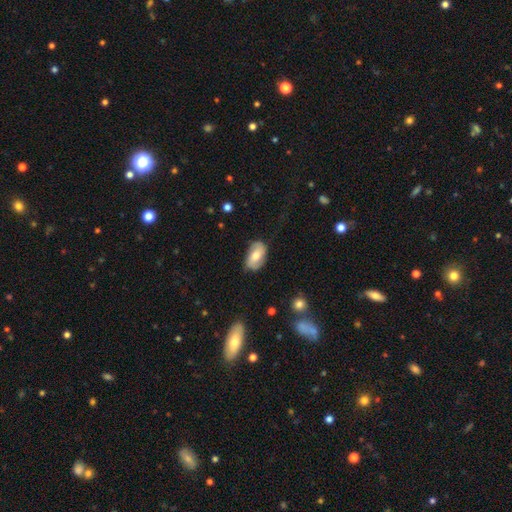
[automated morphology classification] type=smooth (59%); roundness=in between (92%); merging=none (73%).